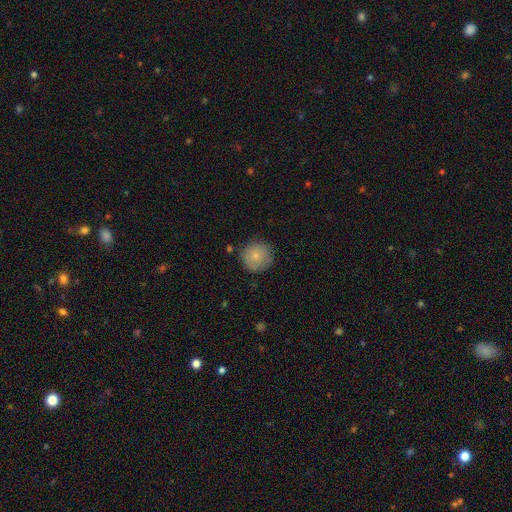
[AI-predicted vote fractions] smooth-or-featured: smooth: 79% | featured or disk: 13% | star or artifact: 8%
  how-rounded: round: 95% | in between: 4% | cigar-shaped: 1%
  merging: none: 83% | minor disturbance: 13% | major disturbance: 3% | merger: 2%